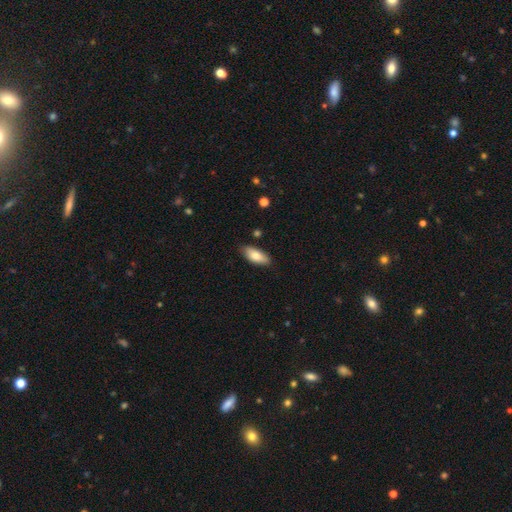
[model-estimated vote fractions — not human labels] Q: Smooth or featured?
A: smooth (82%); runner-up: featured or disk (11%)
Q: How rounded?
A: in between (84%); runner-up: cigar-shaped (14%)
Q: Merging?
A: none (84%); runner-up: minor disturbance (12%)